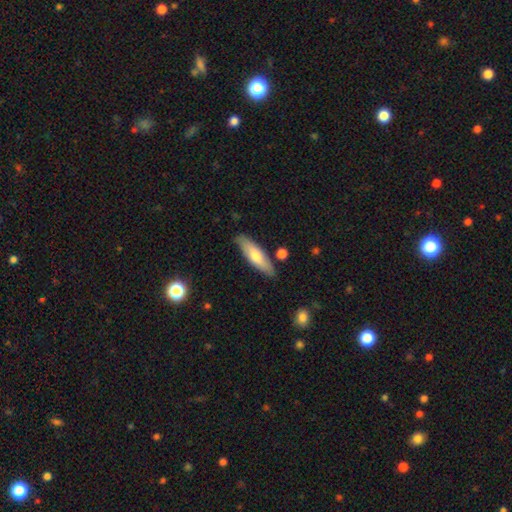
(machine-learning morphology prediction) smooth 63%, featured or disk 31%, star or artifact 6%. Down the decision tree: how rounded — cigar-shaped (57%); merging — none (82%).